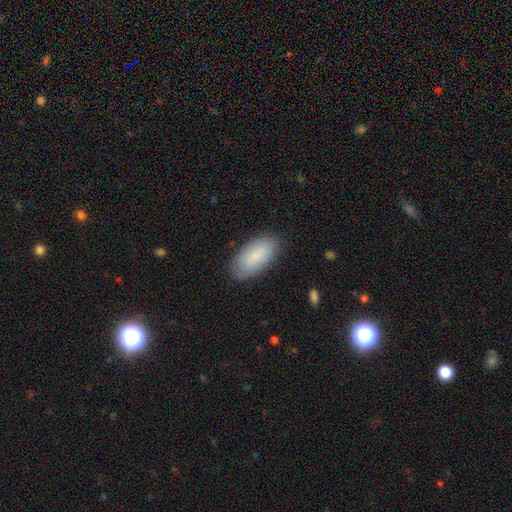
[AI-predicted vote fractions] The model was most divided on "merging": none: 85%, minor disturbance: 11%, major disturbance: 3%, merger: 1%. More confident: how rounded — in between (93%); smooth or featured — smooth (85%).